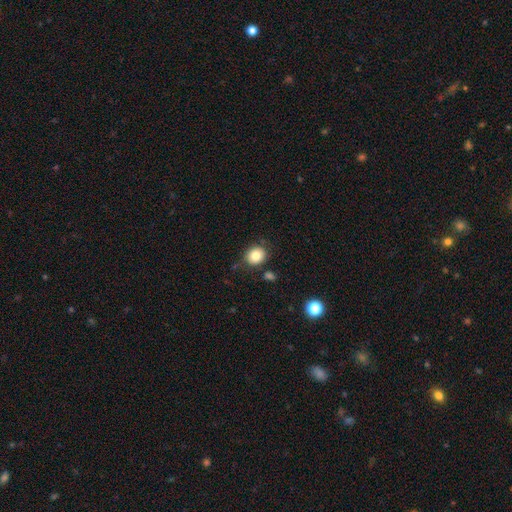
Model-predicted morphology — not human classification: type=smooth (82%); roundness=round (72%); merging=none (79%).